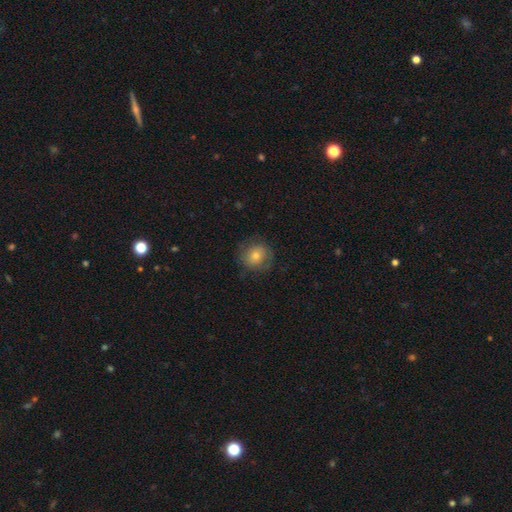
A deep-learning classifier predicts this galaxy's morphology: type=smooth (64%); roundness=round (86%); merging=none (79%).